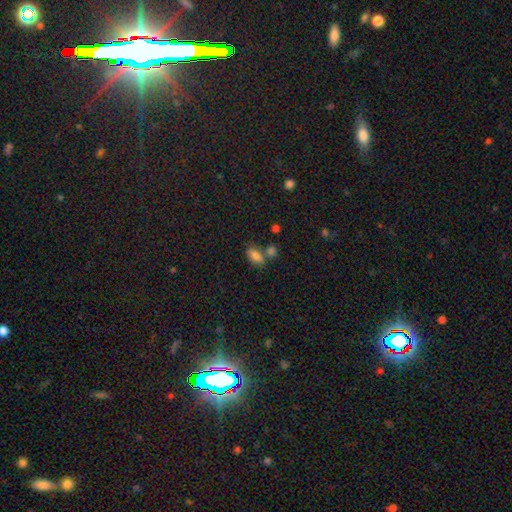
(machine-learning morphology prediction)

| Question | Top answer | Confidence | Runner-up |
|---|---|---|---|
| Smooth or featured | smooth | 80% | star or artifact (11%) |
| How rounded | in between | 86% | cigar-shaped (8%) |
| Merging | none | 51% | merger (28%) |